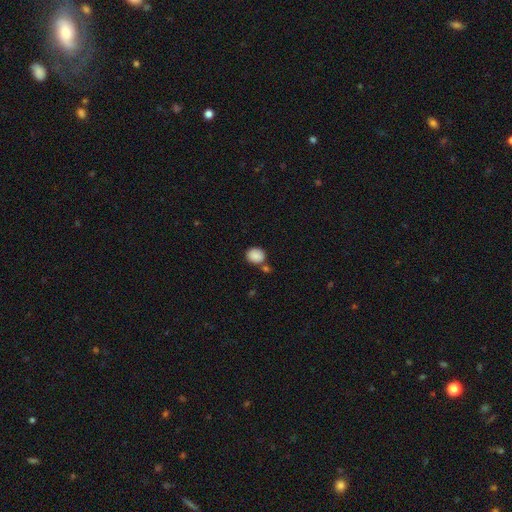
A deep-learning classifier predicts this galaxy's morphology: This is clearly a smooth galaxy (87%). How rounded: likely round (72%). Merging: likely none (69%).